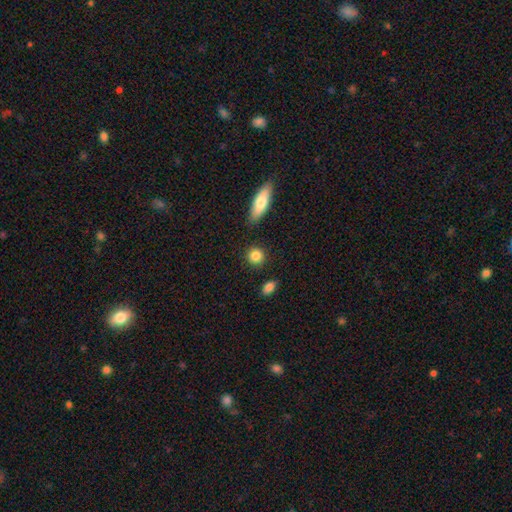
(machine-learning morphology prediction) smooth-or-featured: smooth: 86% | star or artifact: 8% | featured or disk: 6%
  how-rounded: round: 86% | in between: 12% | cigar-shaped: 2%
  merging: none: 88% | minor disturbance: 7% | merger: 3% | major disturbance: 2%